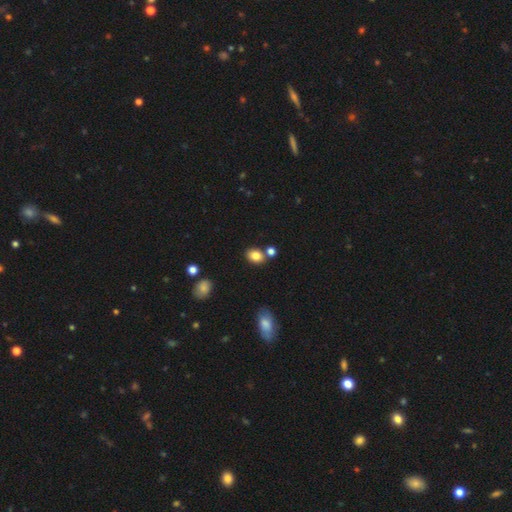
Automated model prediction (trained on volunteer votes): smooth_or_featured: smooth (p=0.82) [alt: star or artifact p=0.11]
how_rounded: in between (p=0.59) [alt: round p=0.39]
merging: none (p=0.72) [alt: merger p=0.14]